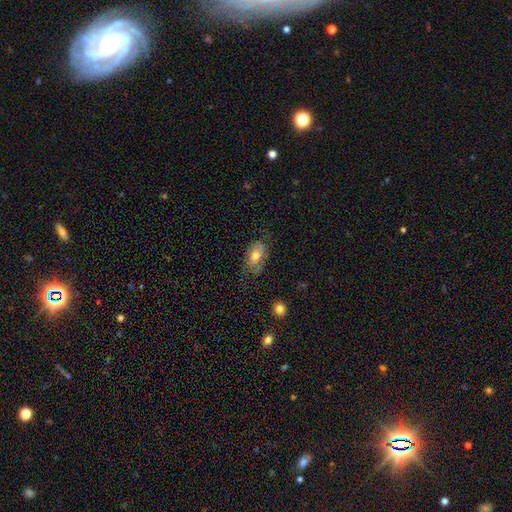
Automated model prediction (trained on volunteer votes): The model was most divided on "smooth or featured": smooth: 49%, featured or disk: 43%, star or artifact: 8%. More confident: merging — none (58%).